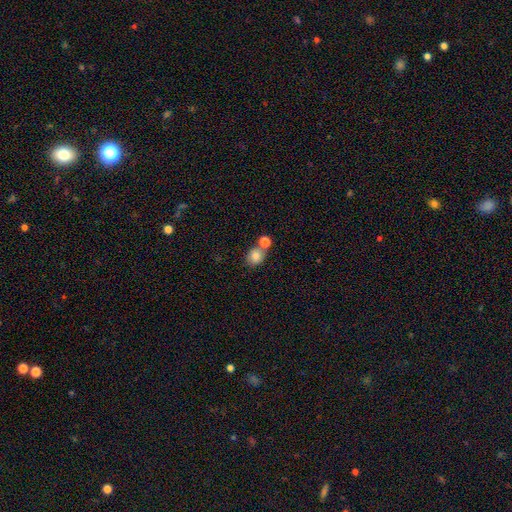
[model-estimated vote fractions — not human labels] Overall: smooth (79%). How rounded: round (68%; in between 31%). Merging: none (53%; merger 34%).